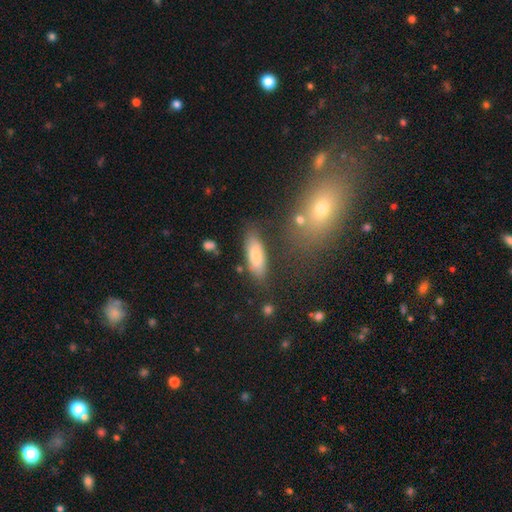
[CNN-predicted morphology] A smooth galaxy with no disk features (76%) that is in between round and cigar-shaped (69%). Merging: none (73%).